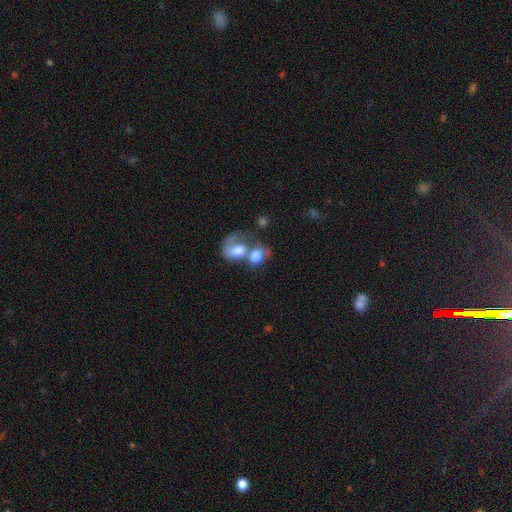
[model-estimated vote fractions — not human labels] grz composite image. It shows a smooth galaxy with no disk features (59%) that is in between round and cigar-shaped (62%). Merging: merger (70%).